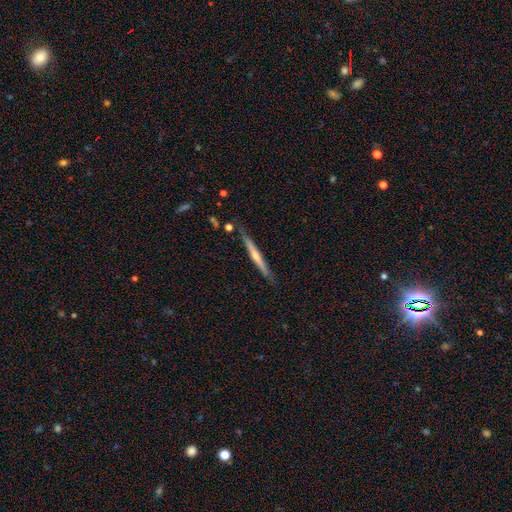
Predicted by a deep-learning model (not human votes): Q: Smooth or featured?
A: featured or disk (59%); runner-up: smooth (35%)
Q: Edge-on disk?
A: yes (96%); runner-up: no (4%)
Q: Edge-on bulge?
A: rounded (62%); runner-up: none (34%)
Q: Merging?
A: none (83%); runner-up: minor disturbance (12%)